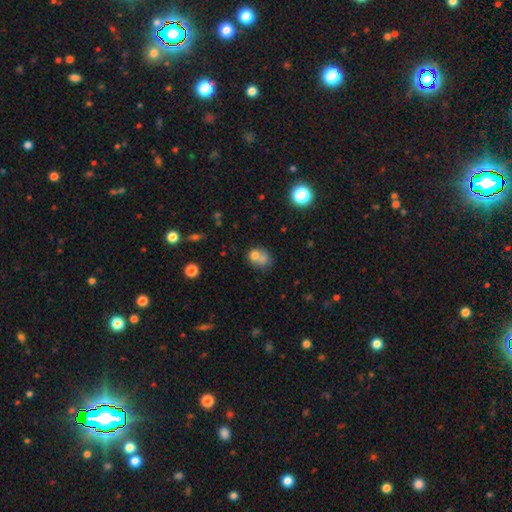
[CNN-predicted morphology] smooth-or-featured: smooth: 68% | featured or disk: 19% | star or artifact: 13%
  how-rounded: round: 63% | in between: 36% | cigar-shaped: 1%
  merging: merger: 56% | none: 29% | minor disturbance: 9% | major disturbance: 5%